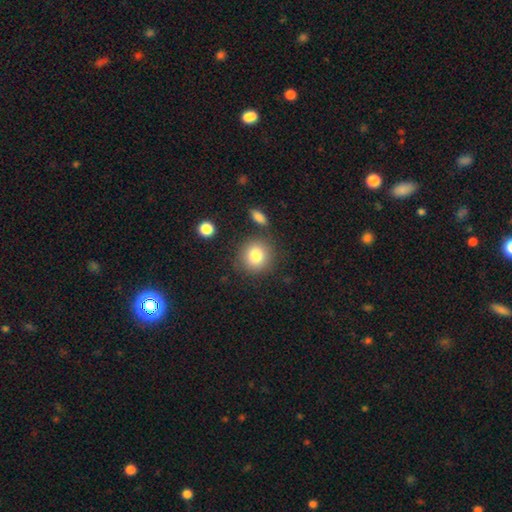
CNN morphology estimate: smooth-or-featured: smooth: 82% | star or artifact: 9% | featured or disk: 9%
  how-rounded: round: 87% | in between: 12% | cigar-shaped: 1%
  merging: none: 80% | minor disturbance: 10% | merger: 6% | major disturbance: 3%